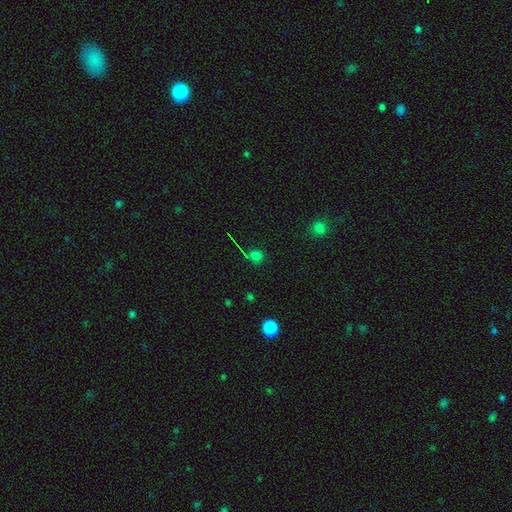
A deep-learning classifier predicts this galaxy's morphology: Smooth or featured? Predicted: smooth (p=0.61). How rounded? Predicted: round (p=0.90). Merging? Predicted: none (p=0.75).